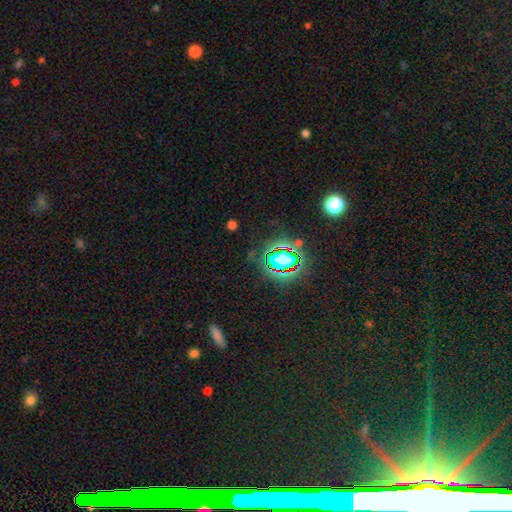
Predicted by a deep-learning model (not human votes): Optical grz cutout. It shows a star or artifact, not a galaxy (73%).